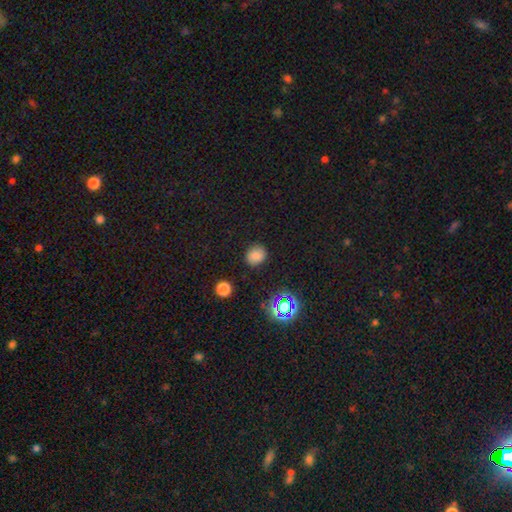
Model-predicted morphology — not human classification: A smooth galaxy with no disk features (76%) that is round (64%).

Vote fractions:
- Smooth or featured? smooth: 76% / star or artifact: 17% / featured or disk: 7%
- How rounded? round: 64% / in between: 35% / cigar-shaped: 1%
- Merging? none: 82% / minor disturbance: 13% / major disturbance: 4% / merger: 2%